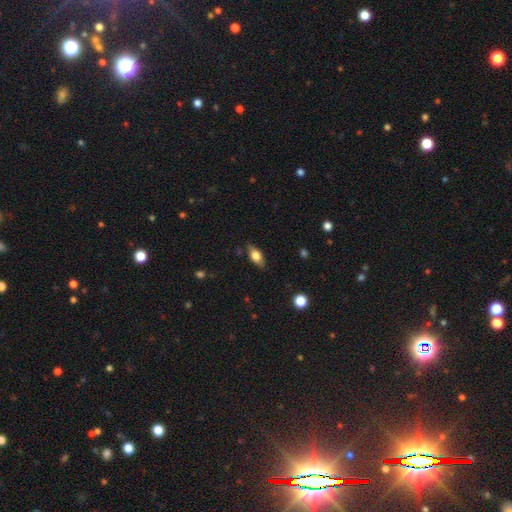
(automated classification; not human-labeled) smooth-or-featured: smooth: 66% | featured or disk: 26% | star or artifact: 8%
  how-rounded: in between: 81% | cigar-shaped: 13% | round: 5%
  merging: none: 80% | minor disturbance: 15% | major disturbance: 3% | merger: 1%